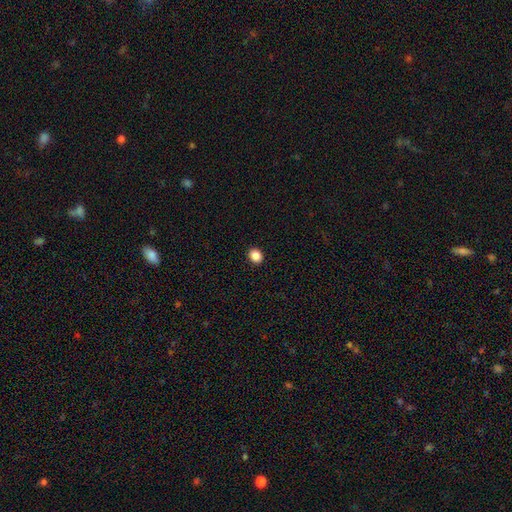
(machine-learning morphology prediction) Q: Smooth or featured?
A: smooth (87%); runner-up: star or artifact (10%)
Q: How rounded?
A: round (61%); runner-up: in between (38%)
Q: Merging?
A: none (92%); runner-up: minor disturbance (5%)